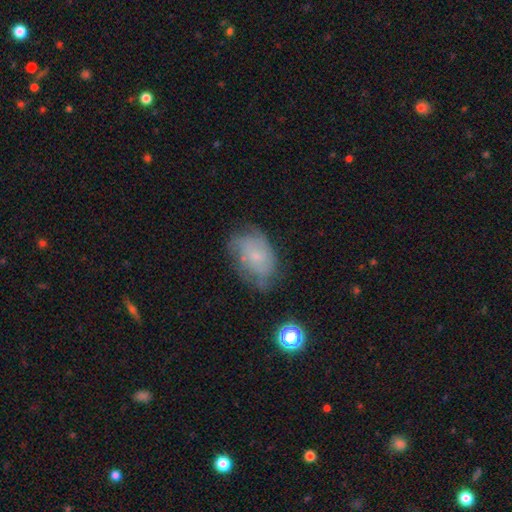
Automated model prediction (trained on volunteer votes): Smooth or featured?
  - featured or disk: 58% *
  - smooth: 32%
  - star or artifact: 10%
Edge-on disk?
  - no: 97% *
  - yes: 3%
Bar?
  - no: 75% *
  - weak: 22%
  - strong: 3%
Spiral arms?
  - yes: 79% *
  - no: 21%
Bulge size?
  - small: 71% *
  - moderate: 16%
  - none: 11%
  - large: 1%
  - dominant: 1%
Merging?
  - none: 58% *
  - minor disturbance: 27%
  - major disturbance: 13%
  - merger: 2%